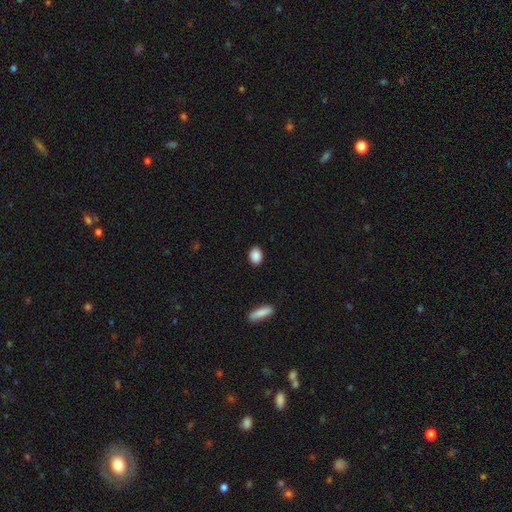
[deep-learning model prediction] Smooth or featured? smooth (89%)
How rounded? in between (72%)
Merging? none (88%)